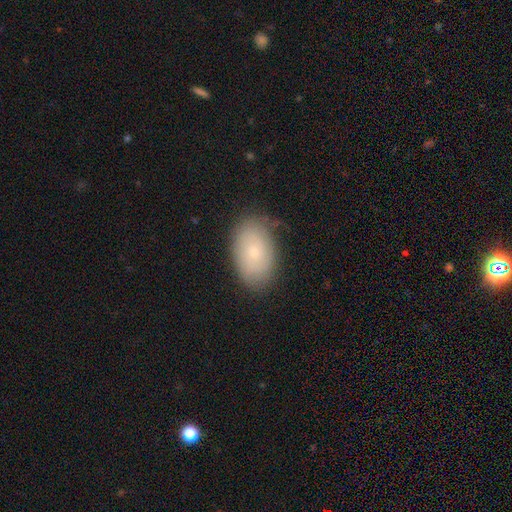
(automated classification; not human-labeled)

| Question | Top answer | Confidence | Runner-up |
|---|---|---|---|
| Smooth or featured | smooth | 70% | featured or disk (20%) |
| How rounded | in between | 90% | round (9%) |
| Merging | none | 78% | minor disturbance (17%) |